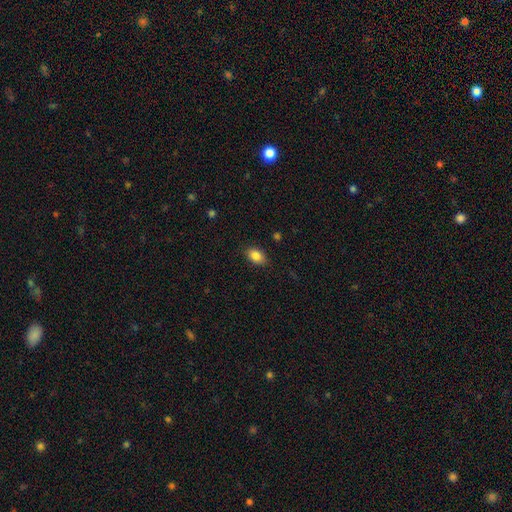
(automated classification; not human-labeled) The model was most divided on "how rounded": in between: 87%, round: 11%, cigar-shaped: 2%. More confident: merging — none (87%); smooth or featured — smooth (86%).